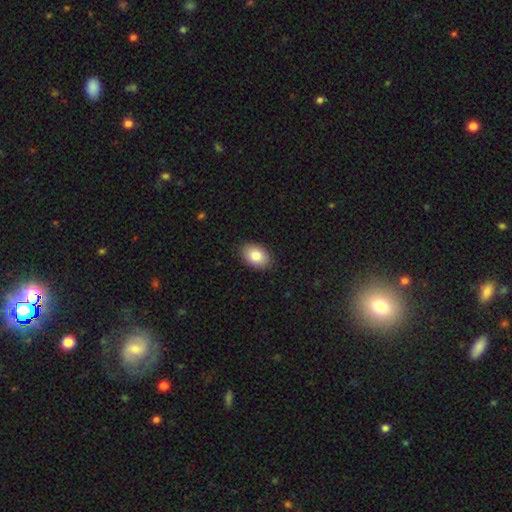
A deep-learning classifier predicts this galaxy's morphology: A smooth galaxy with no disk features (83%) that is in between round and cigar-shaped (86%).

Vote fractions:
- Smooth or featured? smooth: 83% / featured or disk: 9% / star or artifact: 7%
- How rounded? in between: 86% / round: 13% / cigar-shaped: 1%
- Merging? none: 88% / minor disturbance: 9% / major disturbance: 2% / merger: 1%